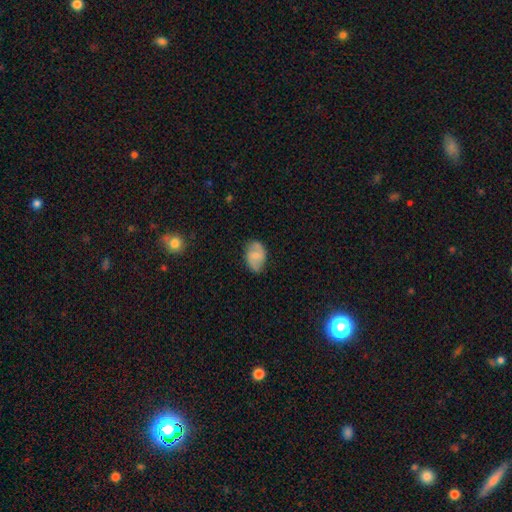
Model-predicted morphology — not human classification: type=featured or disk (48%); merging=none (74%).